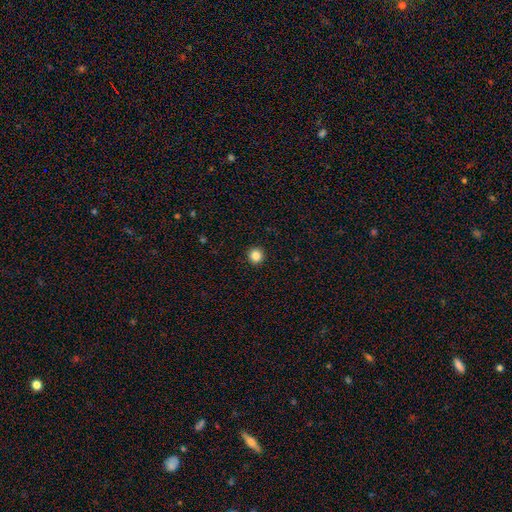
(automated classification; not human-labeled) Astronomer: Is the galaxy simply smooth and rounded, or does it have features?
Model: smooth — 85%.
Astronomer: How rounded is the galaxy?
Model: round — 95%.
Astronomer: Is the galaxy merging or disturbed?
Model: none — 93%.